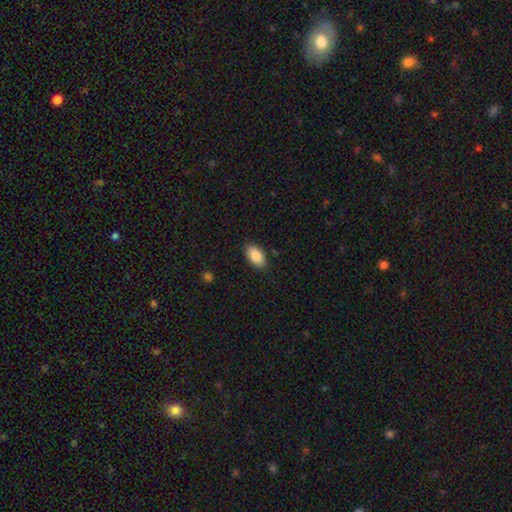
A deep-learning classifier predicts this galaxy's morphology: Q: Smooth or featured?
A: smooth (87%); runner-up: star or artifact (7%)
Q: How rounded?
A: in between (94%); runner-up: round (3%)
Q: Merging?
A: none (87%); runner-up: minor disturbance (10%)